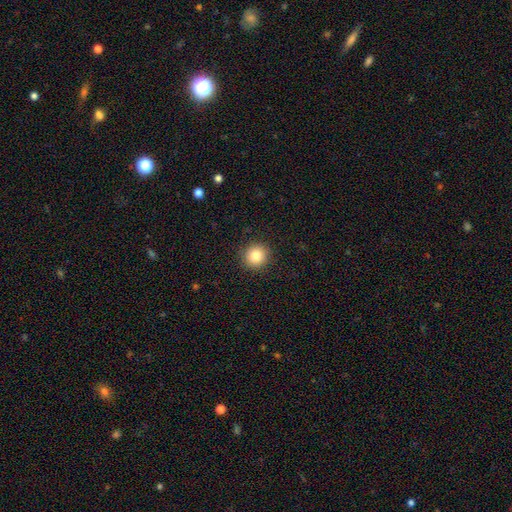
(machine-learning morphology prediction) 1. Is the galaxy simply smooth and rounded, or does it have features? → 84% smooth, 10% star or artifact, 6% featured or disk.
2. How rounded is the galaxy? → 92% round, 7% in between, 1% cigar-shaped.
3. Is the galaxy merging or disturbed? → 92% none, 6% minor disturbance, 2% major disturbance, 1% merger.